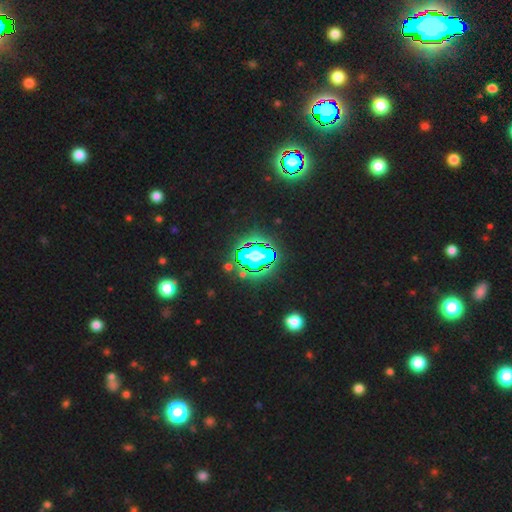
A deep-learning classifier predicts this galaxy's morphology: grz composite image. It shows a star or artifact, not a galaxy (65%).